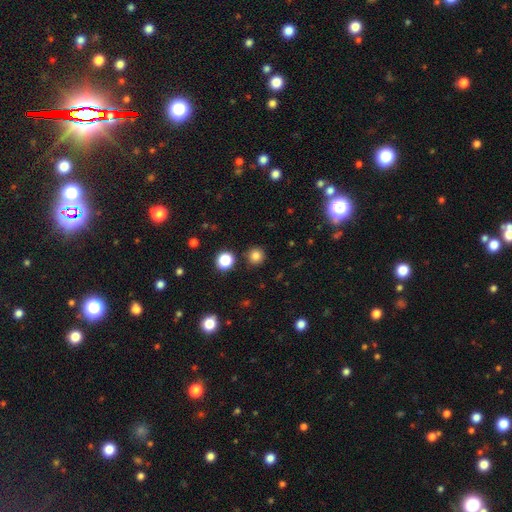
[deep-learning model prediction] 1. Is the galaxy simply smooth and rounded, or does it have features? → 81% smooth, 14% star or artifact, 5% featured or disk.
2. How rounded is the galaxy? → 94% round, 5% in between, 1% cigar-shaped.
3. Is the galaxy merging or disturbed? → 90% none, 5% minor disturbance, 3% merger, 2% major disturbance.